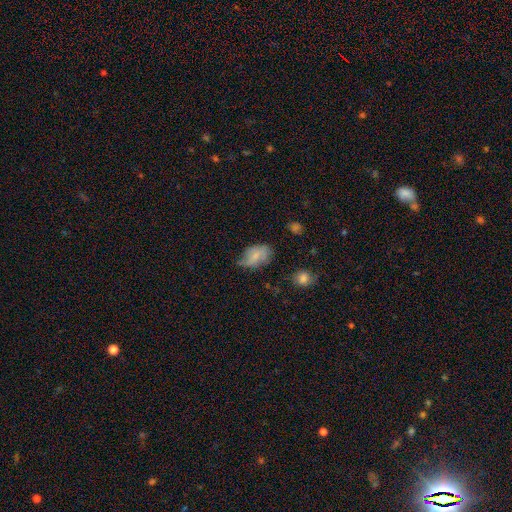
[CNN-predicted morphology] This appears to be a smooth galaxy with no disk features (63%) that is in between round and cigar-shaped (87%). Merging: none (45%).